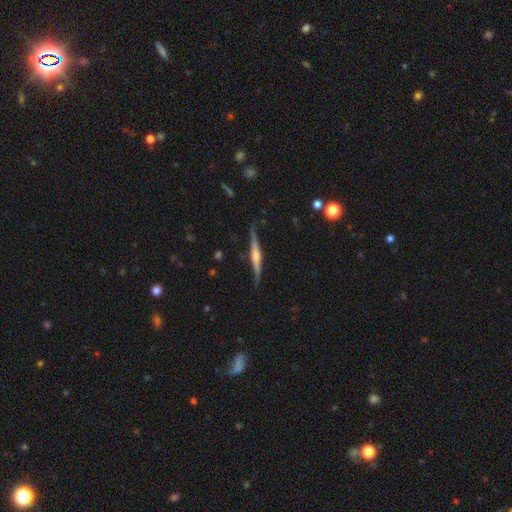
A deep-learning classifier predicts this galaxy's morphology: featured or disk 79%, smooth 15%, star or artifact 6%. Down the decision tree: edge-on disk — yes (98%); edge-on bulge — rounded (82%); merging — none (86%).